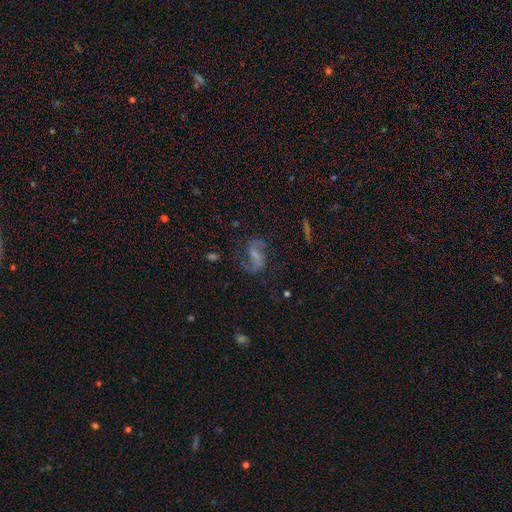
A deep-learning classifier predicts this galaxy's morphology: Overall: featured or disk (71%). Edge-on disk: no (97%). Bar: weak (46%; no 32%). Spiral arms: yes (91%). Spiral arm count: 2 (88%). Spiral winding: loose (53%; medium 39%). Bulge size: none (46%; small 27%). Merging: none (65%).